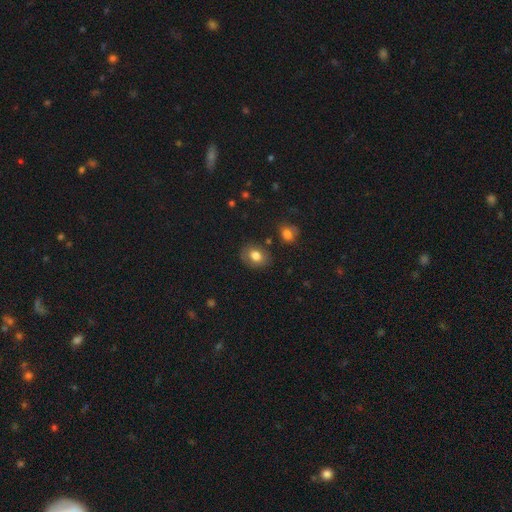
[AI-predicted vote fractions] Smooth or featured: smooth — 76% (featured or disk — 15%)
How rounded: in between — 59% (round — 40%)
Merging: none — 78% (minor disturbance — 14%)